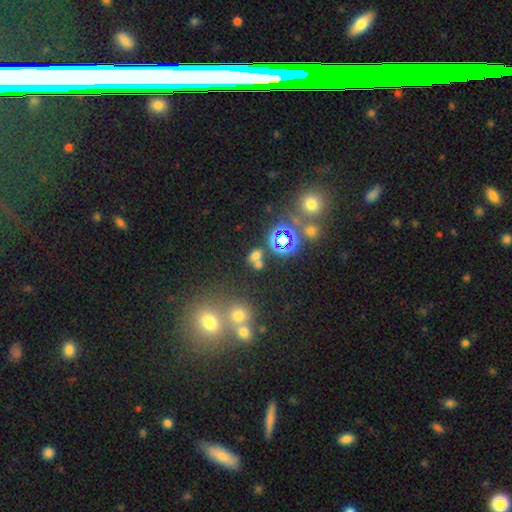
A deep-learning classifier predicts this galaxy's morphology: type=smooth (54%); roundness=in between (50%); merging=none (52%).